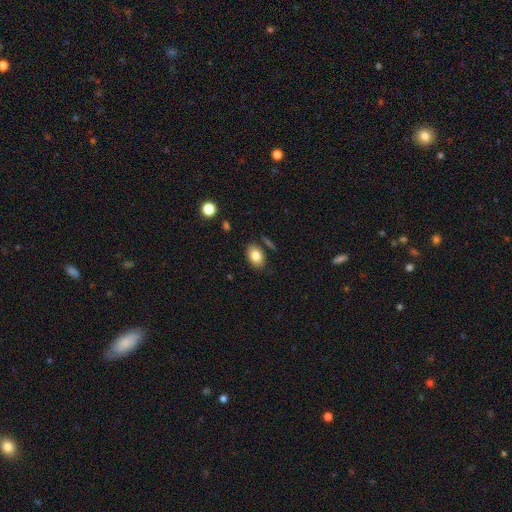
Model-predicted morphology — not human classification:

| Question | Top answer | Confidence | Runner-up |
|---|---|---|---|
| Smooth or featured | smooth | 82% | featured or disk (10%) |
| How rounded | in between | 83% | round (16%) |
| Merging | none | 81% | minor disturbance (12%) |